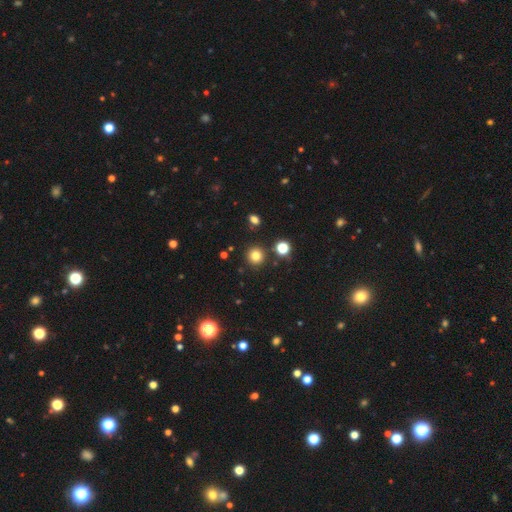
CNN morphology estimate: Smooth or featured? smooth (79%)
How rounded? round (94%)
Merging? none (89%)